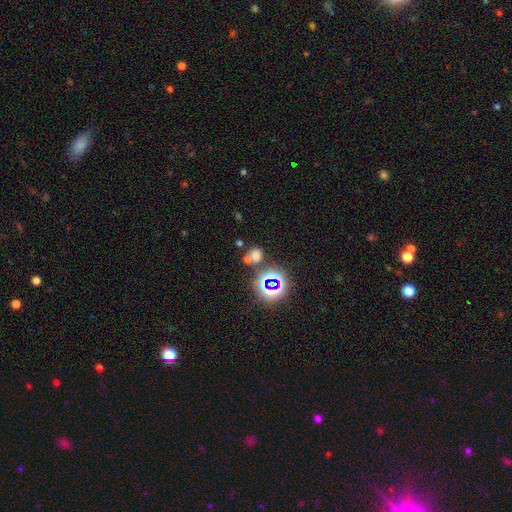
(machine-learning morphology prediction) This appears to be a smooth galaxy with no disk features (55%) that is round (66%). Merging: none (59%).